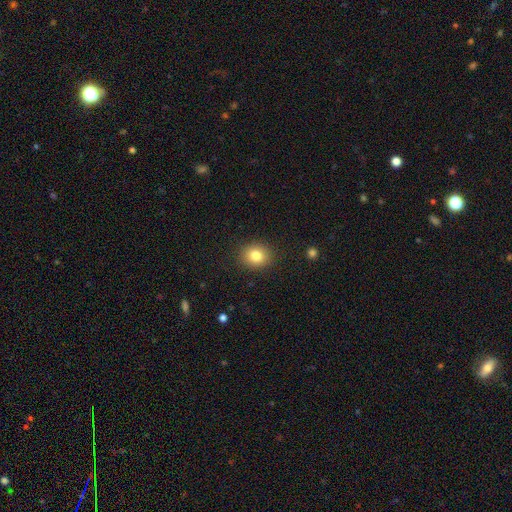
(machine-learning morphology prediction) Smooth or featured?
  - smooth: 82% *
  - star or artifact: 11%
  - featured or disk: 7%
How rounded?
  - round: 72% *
  - in between: 27%
  - cigar-shaped: 1%
Merging?
  - none: 90% *
  - minor disturbance: 7%
  - major disturbance: 2%
  - merger: 1%